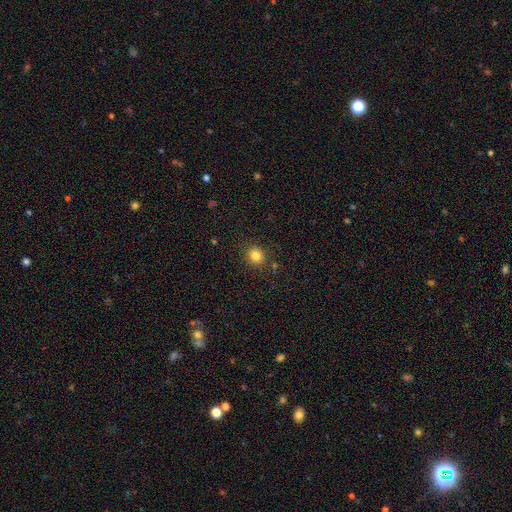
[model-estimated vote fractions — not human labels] This appears to be a smooth galaxy with no disk features (82%) that is round (80%). Merging: none (86%).